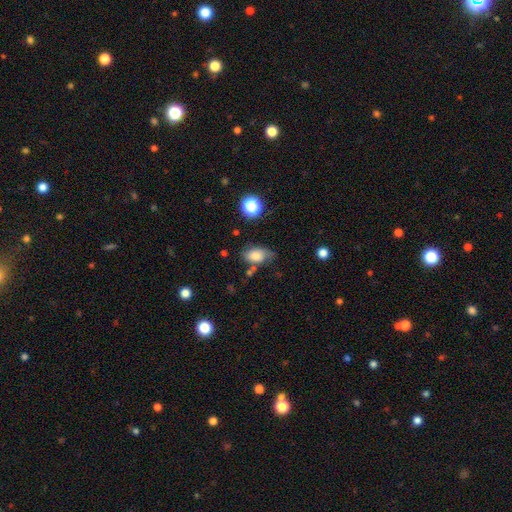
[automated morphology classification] Overall: smooth (74%). How rounded: in between (86%). Merging: none (50%; minor disturbance 31%).